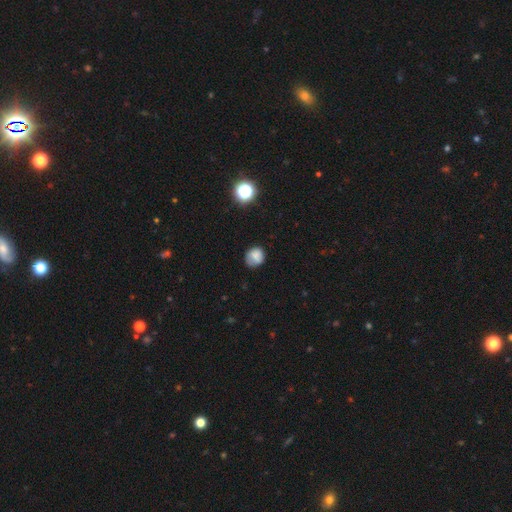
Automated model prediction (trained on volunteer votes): Morphology: type=smooth (78%); roundness=round (75%); merging=none (61%).